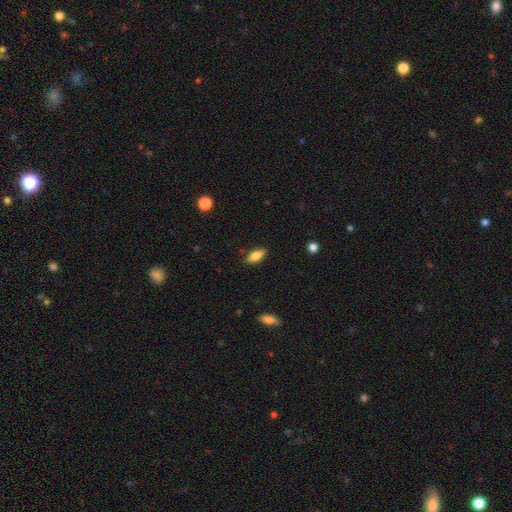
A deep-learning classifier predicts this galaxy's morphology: type=smooth (77%); roundness=in between (82%); merging=none (86%).